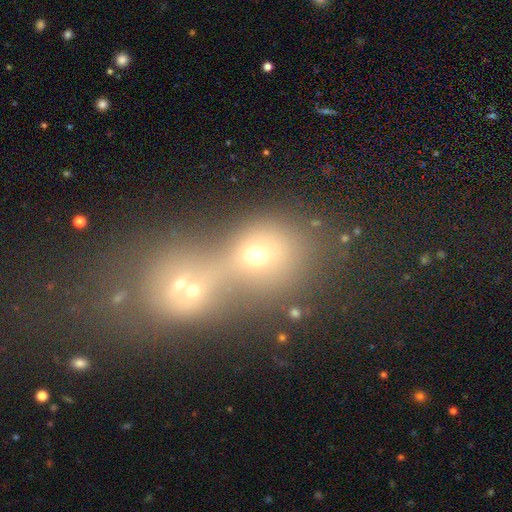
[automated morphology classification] Smooth or featured: smooth — 47% (star or artifact — 28%)
Merging: merger — 76% (none — 16%)